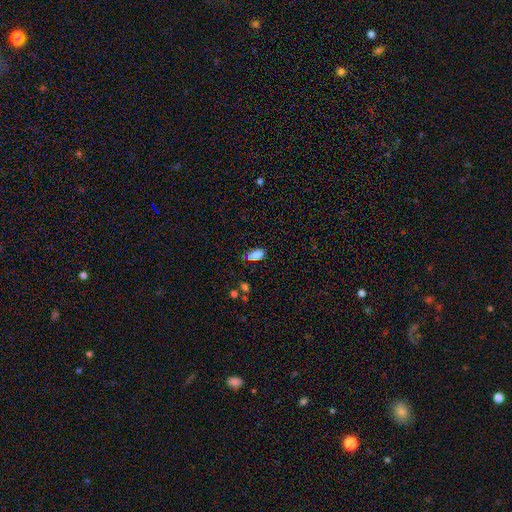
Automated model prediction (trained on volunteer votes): smooth_or_featured: smooth (p=0.81) [alt: star or artifact p=0.14]
how_rounded: in between (p=0.90) [alt: round p=0.05]
merging: none (p=0.61) [alt: minor disturbance p=0.27]